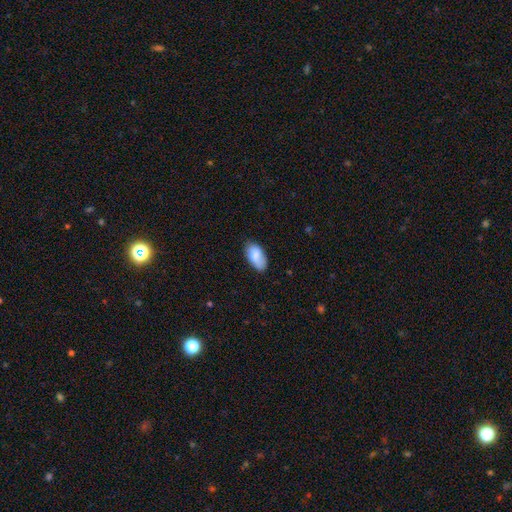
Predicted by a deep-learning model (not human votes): Q: Smooth or featured?
A: smooth (82%); runner-up: featured or disk (12%)
Q: How rounded?
A: in between (95%); runner-up: round (3%)
Q: Merging?
A: none (76%); runner-up: minor disturbance (19%)